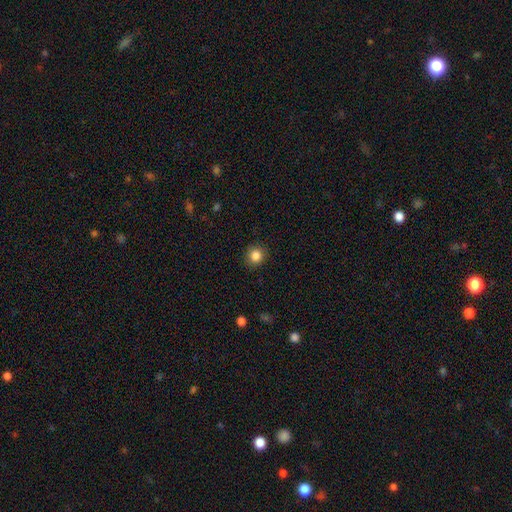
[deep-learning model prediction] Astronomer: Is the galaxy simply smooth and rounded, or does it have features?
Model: smooth — 85%.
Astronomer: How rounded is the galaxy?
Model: round — 89%.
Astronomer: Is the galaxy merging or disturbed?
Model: none — 90%.